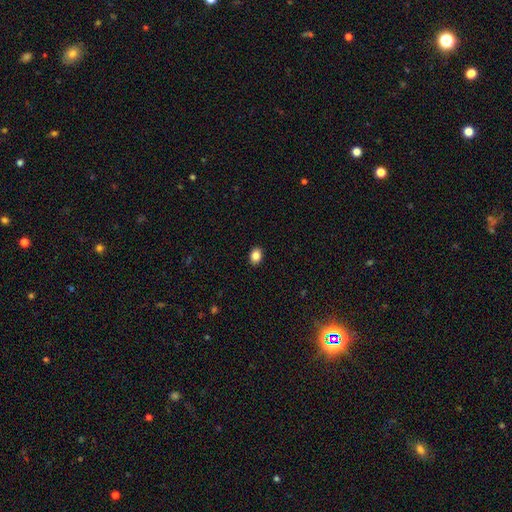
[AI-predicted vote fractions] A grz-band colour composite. It shows a smooth galaxy with no disk features (86%) that is in between round and cigar-shaped (59%). Merging: none (91%).